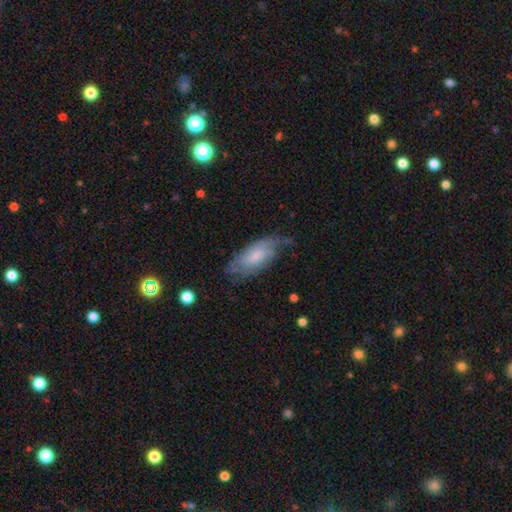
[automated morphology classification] type=featured or disk (49%); merging=none (54%).